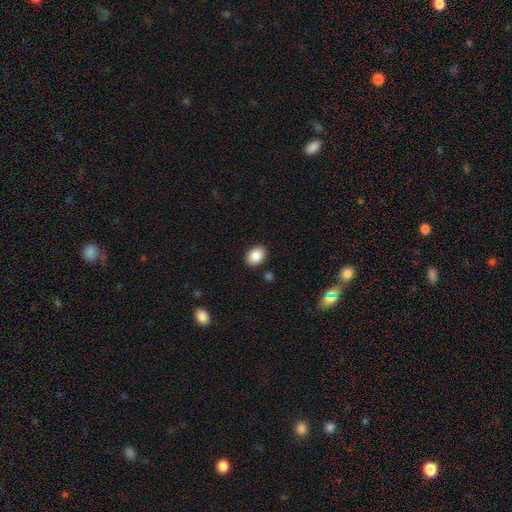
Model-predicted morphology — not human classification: Overall: smooth (87%). How rounded: in between (72%). Merging: none (87%).